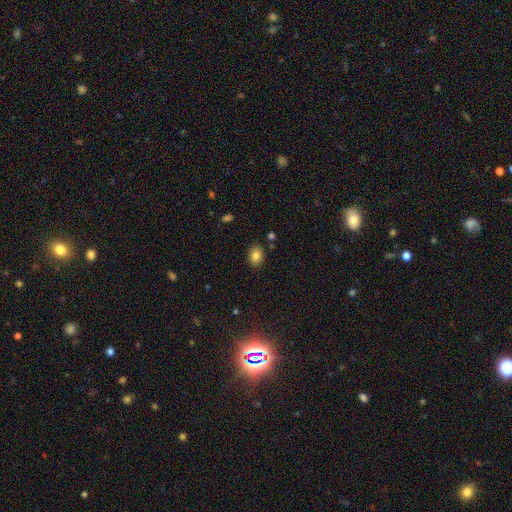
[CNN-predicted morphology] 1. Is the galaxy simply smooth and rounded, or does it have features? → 82% smooth, 10% star or artifact, 8% featured or disk.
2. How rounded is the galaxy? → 69% in between, 29% round, 1% cigar-shaped.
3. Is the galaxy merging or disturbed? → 85% none, 10% minor disturbance, 2% major disturbance, 2% merger.